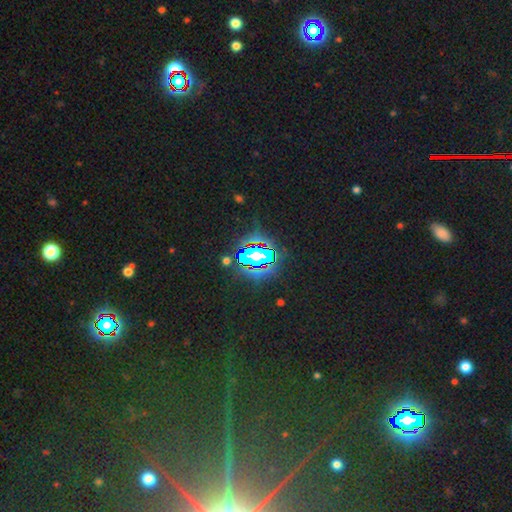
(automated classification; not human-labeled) A star or artifact, not a galaxy (72%).